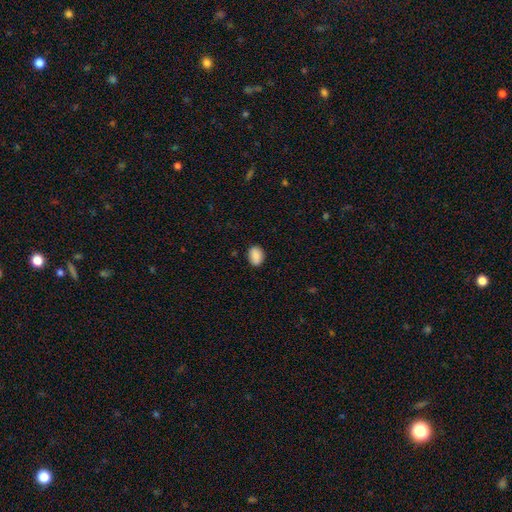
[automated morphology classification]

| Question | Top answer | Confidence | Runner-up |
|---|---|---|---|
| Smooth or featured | smooth | 89% | star or artifact (7%) |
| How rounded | in between | 78% | round (21%) |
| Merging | none | 86% | minor disturbance (10%) |